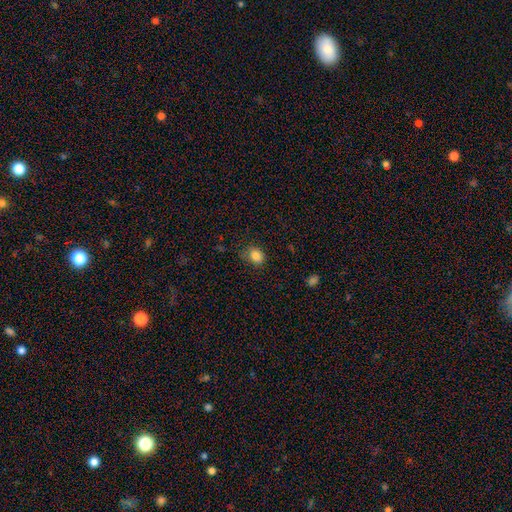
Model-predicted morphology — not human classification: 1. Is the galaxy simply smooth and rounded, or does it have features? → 85% smooth, 11% star or artifact, 5% featured or disk.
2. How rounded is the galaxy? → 52% in between, 47% round, 1% cigar-shaped.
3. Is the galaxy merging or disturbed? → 69% none, 23% minor disturbance, 6% major disturbance, 2% merger.